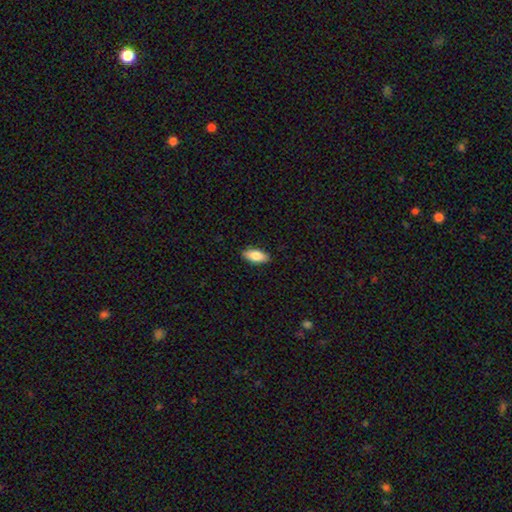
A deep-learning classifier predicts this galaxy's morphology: This appears to be a smooth galaxy with no disk features (82%) that is in between round and cigar-shaped (88%). Merging: none (89%).